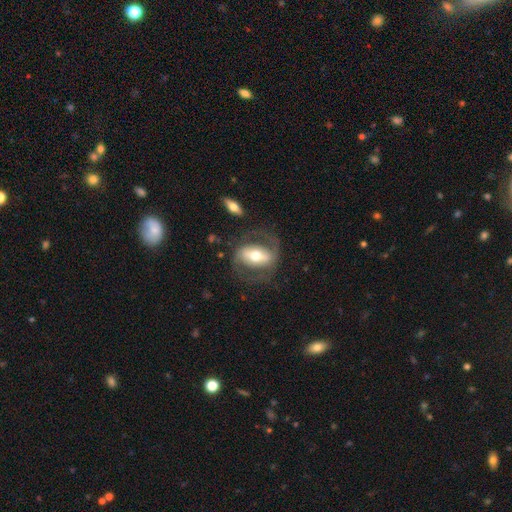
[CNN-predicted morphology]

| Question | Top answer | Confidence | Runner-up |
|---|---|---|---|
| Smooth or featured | featured or disk | 71% | smooth (23%) |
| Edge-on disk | no | 92% | yes (8%) |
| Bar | strong | 53% | weak (26%) |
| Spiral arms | yes | 71% | no (29%) |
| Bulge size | moderate | 67% | small (17%) |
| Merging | none | 67% | major disturbance (16%) |